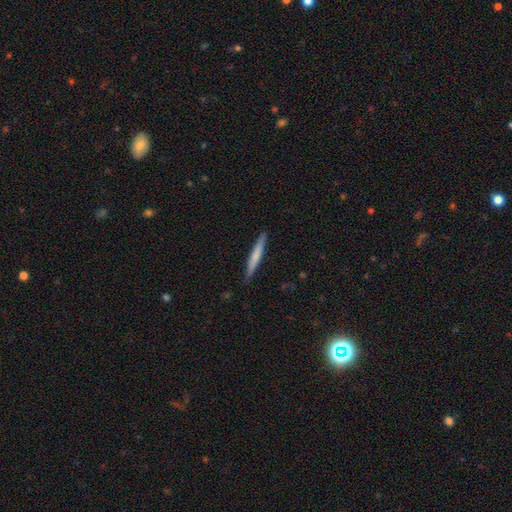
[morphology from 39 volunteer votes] smooth-or-featured: smooth: 72% | featured or disk: 26% | star or artifact: 3%
  how-rounded: cigar-shaped: 100% | round: 0% | in between: 0%
  merging: none: 92% | minor disturbance: 8% | major disturbance: 0% | merger: 0%